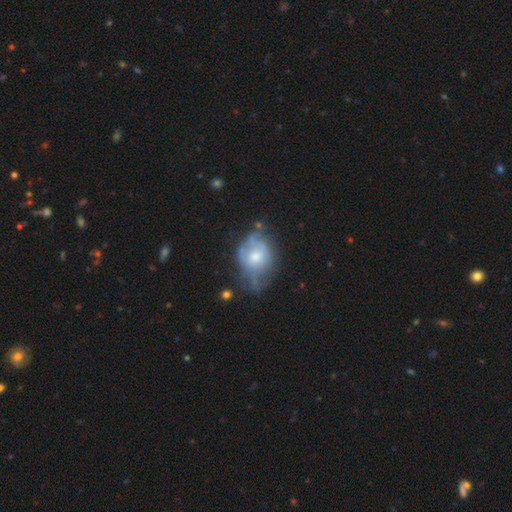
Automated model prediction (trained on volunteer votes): A featured or disk galaxy (52%). Merging: none (37%).